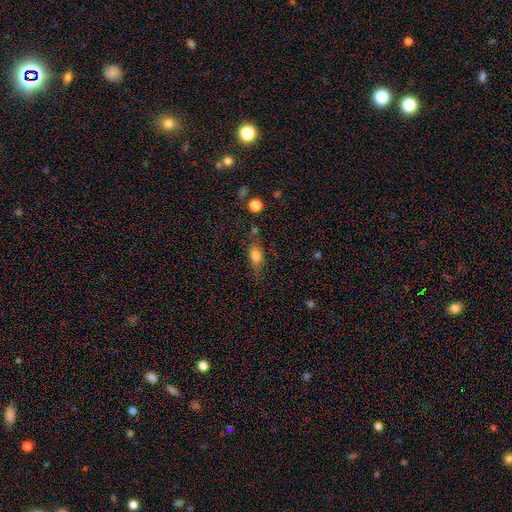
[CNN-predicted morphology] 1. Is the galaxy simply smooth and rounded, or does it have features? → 76% smooth, 14% featured or disk, 10% star or artifact.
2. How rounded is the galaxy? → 75% in between, 13% round, 12% cigar-shaped.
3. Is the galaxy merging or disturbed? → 64% none, 22% minor disturbance, 7% major disturbance, 7% merger.